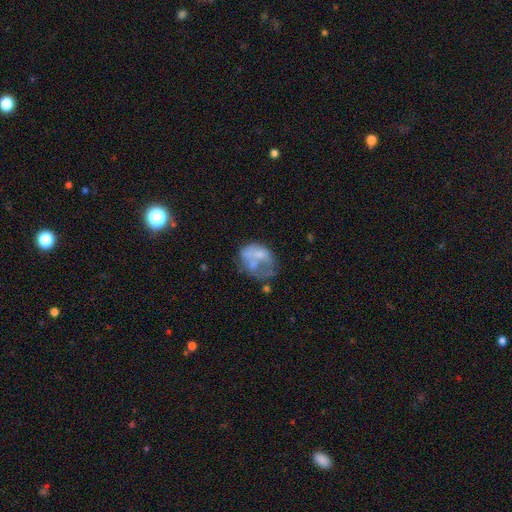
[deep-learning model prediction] Smooth or featured? Predicted: featured or disk (p=0.46). Merging? Predicted: major disturbance (p=0.34).